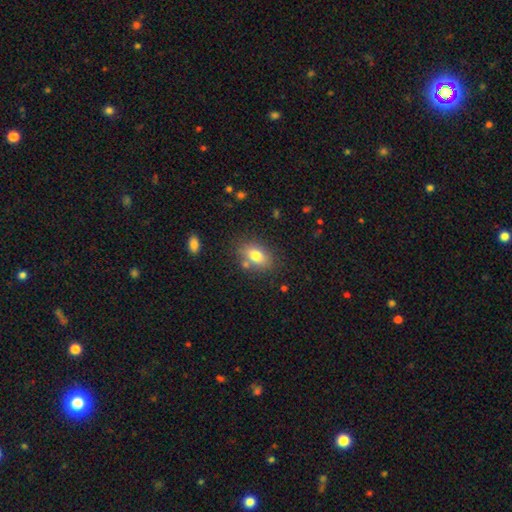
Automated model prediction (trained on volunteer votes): Q: Smooth or featured?
A: smooth (77%); runner-up: featured or disk (14%)
Q: How rounded?
A: in between (80%); runner-up: round (17%)
Q: Merging?
A: none (74%); runner-up: minor disturbance (14%)